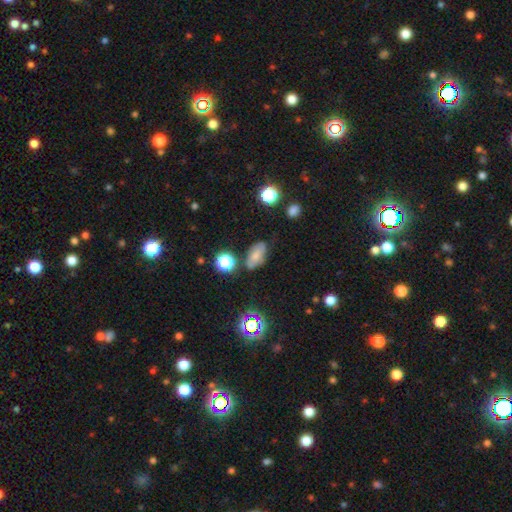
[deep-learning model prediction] This is likely a smooth galaxy (62%). How rounded: clearly in between (87%). Merging: likely none (65%).